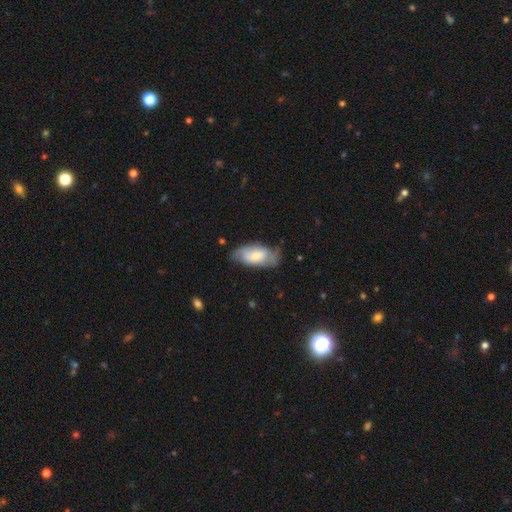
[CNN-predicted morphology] A smooth galaxy with no disk features (49%). Merging: none (63%).